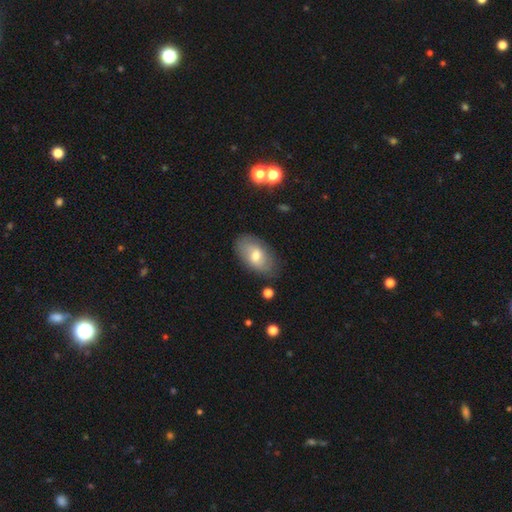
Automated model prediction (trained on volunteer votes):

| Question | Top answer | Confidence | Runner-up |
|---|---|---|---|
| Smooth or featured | smooth | 61% | featured or disk (31%) |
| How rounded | in between | 92% | round (6%) |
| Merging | none | 79% | minor disturbance (15%) |